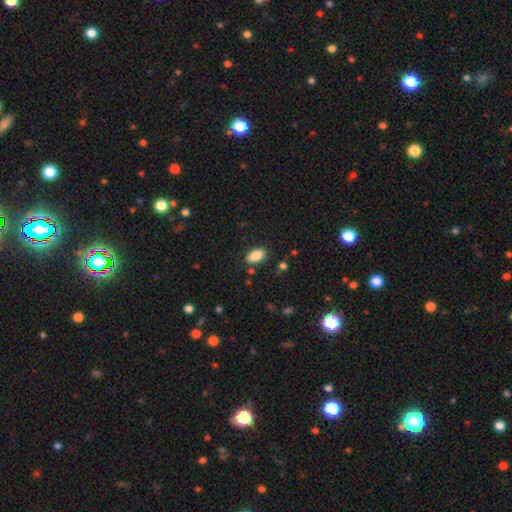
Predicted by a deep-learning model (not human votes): smooth-or-featured: smooth: 86% | star or artifact: 8% | featured or disk: 6%
  how-rounded: in between: 93% | round: 4% | cigar-shaped: 3%
  merging: none: 83% | minor disturbance: 11% | major disturbance: 3% | merger: 2%